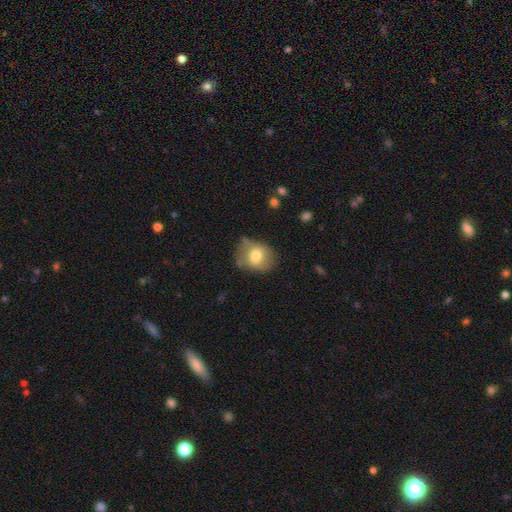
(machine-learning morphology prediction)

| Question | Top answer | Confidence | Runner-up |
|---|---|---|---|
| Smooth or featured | smooth | 72% | featured or disk (20%) |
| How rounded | round | 59% | in between (40%) |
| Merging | none | 57% | minor disturbance (29%) |